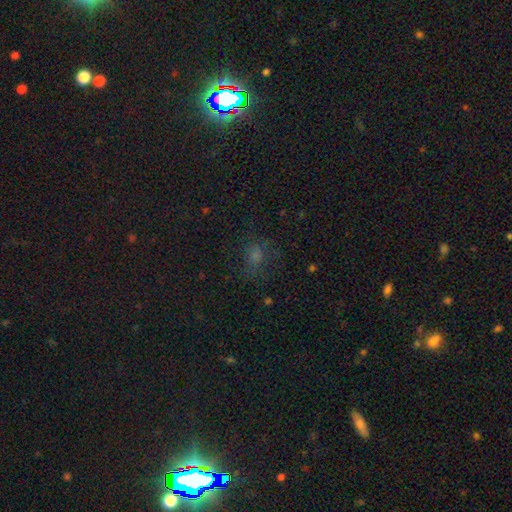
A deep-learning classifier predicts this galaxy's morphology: Smooth or featured: smooth — 61% (star or artifact — 28%)
How rounded: round — 56% (in between — 42%)
Merging: none — 62% (minor disturbance — 20%)